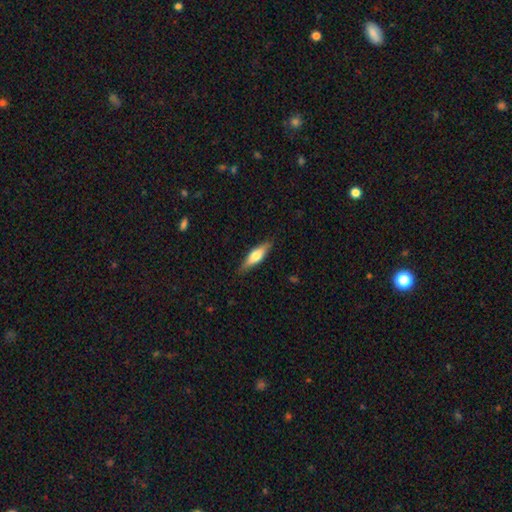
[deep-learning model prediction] Smooth or featured: smooth — 55% (featured or disk — 40%)
How rounded: cigar-shaped — 61% (in between — 37%)
Merging: none — 87% (minor disturbance — 10%)